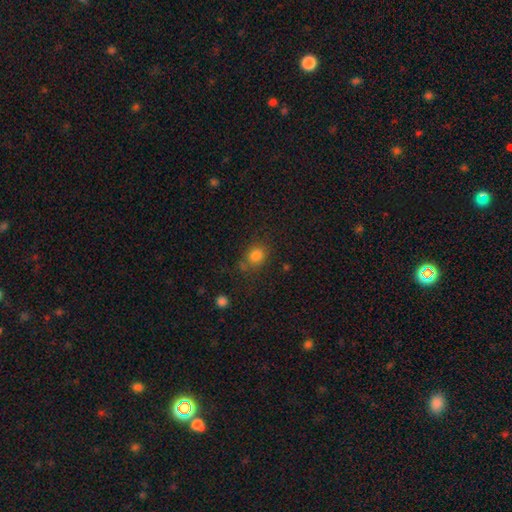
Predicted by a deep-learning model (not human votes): A smooth galaxy with no disk features (82%) that is round (64%). Merging: none (69%).